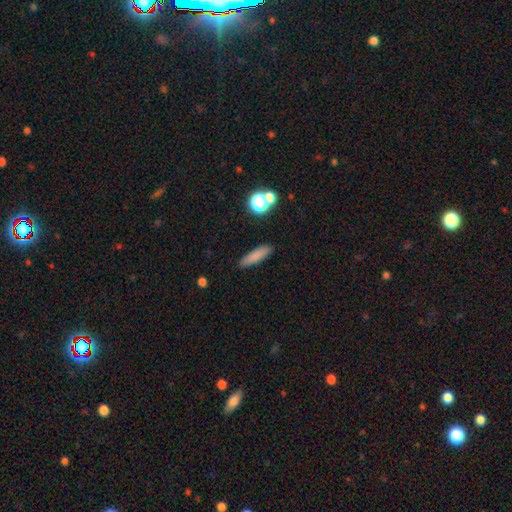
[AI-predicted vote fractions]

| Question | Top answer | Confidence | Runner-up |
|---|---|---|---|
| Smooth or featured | smooth | 79% | featured or disk (11%) |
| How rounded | cigar-shaped | 76% | in between (22%) |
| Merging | none | 87% | minor disturbance (8%) |